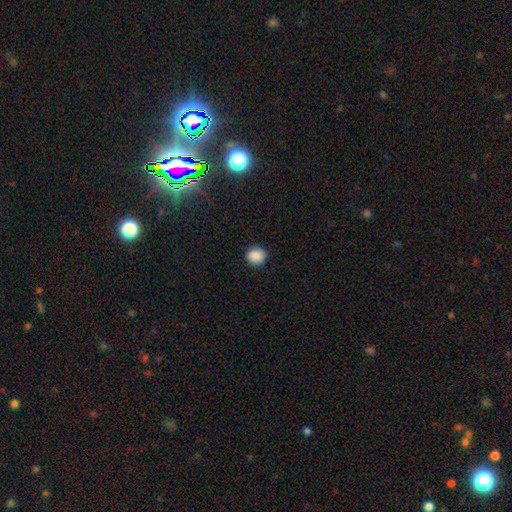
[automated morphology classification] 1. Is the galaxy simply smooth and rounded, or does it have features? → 88% smooth, 9% star or artifact, 3% featured or disk.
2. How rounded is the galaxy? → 84% round, 15% in between, 1% cigar-shaped.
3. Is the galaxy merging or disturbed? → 90% none, 7% minor disturbance, 2% major disturbance, 1% merger.